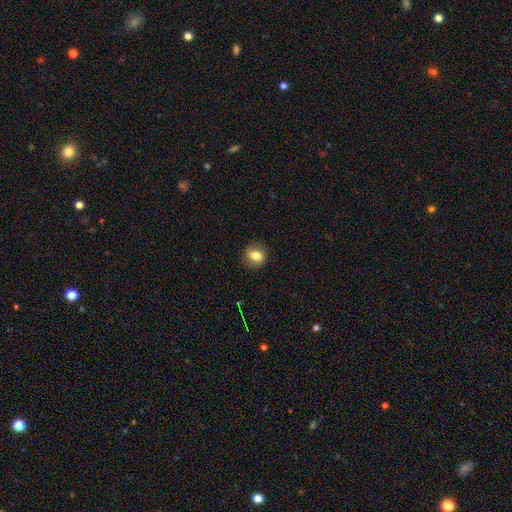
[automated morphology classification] smooth_or_featured: smooth (p=0.76) [alt: featured or disk p=0.15]
how_rounded: round (p=0.64) [alt: in between p=0.35]
merging: none (p=0.84) [alt: minor disturbance p=0.11]